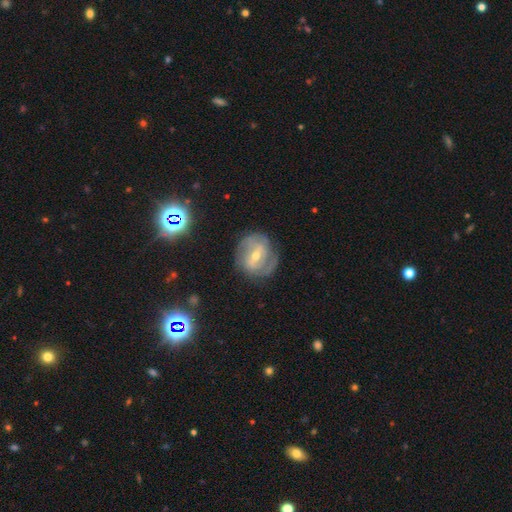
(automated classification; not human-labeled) The model was most divided on "bulge size" (2-way tie): moderate: 48%, small: 48%, large: 2%, none: 1%, dominant: 1%. Remaining: edge-on disk — no (96%); spiral arms — yes (86%); smooth or featured — featured or disk (78%); merging — none (75%); spiral arm count — 2 (59%); spiral winding — tight (48%); bar — weak (44%).